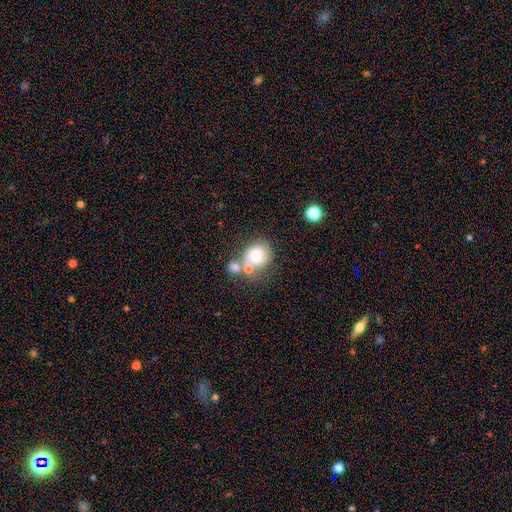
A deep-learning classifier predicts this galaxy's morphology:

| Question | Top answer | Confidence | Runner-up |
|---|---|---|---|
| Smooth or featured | smooth | 61% | featured or disk (29%) |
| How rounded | round | 61% | in between (38%) |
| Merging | merger | 41% | none (32%) |